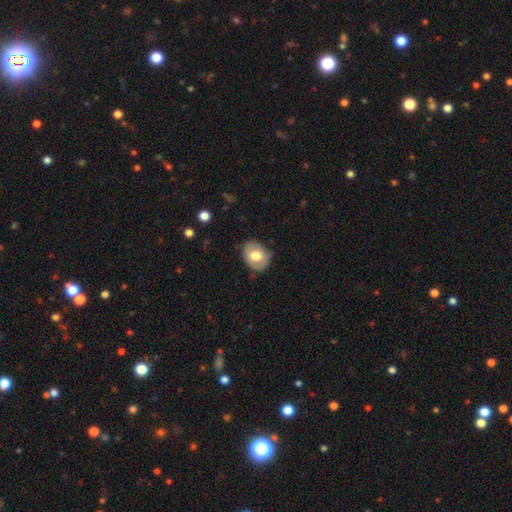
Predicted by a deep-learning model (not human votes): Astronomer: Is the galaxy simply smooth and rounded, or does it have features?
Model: smooth — 66%.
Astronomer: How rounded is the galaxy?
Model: in between — 53% (runner-up: round, 46%).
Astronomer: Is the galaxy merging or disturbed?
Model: none — 70%.